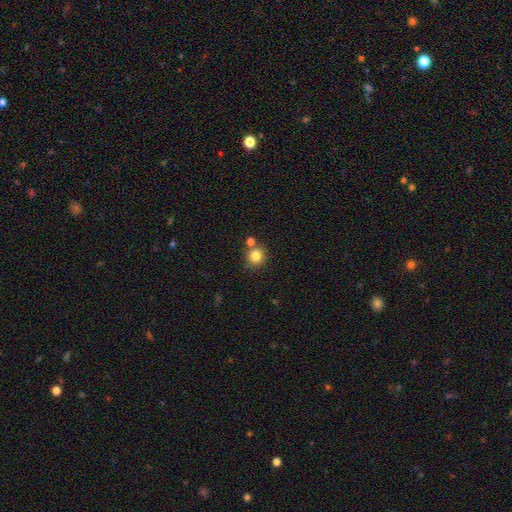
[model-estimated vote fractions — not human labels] A smooth galaxy with no disk features (83%) that is round (88%). Merging: none (71%).